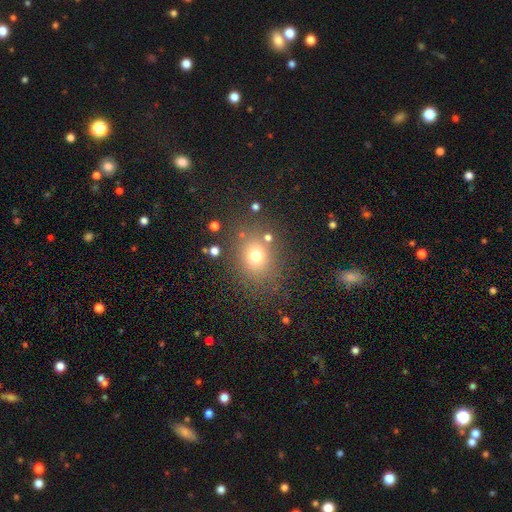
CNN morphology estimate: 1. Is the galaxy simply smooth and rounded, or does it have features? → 70% smooth, 19% star or artifact, 11% featured or disk.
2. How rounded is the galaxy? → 66% round, 33% in between, 1% cigar-shaped.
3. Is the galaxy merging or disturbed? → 77% none, 11% minor disturbance, 6% major disturbance, 5% merger.